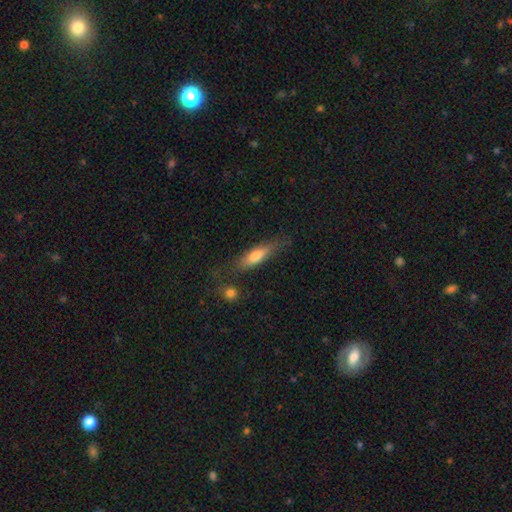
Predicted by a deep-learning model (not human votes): The model was most divided on "how rounded": cigar-shaped: 61%, in between: 37%, round: 2%. More confident: smooth or featured — smooth (67%); merging — none (66%).